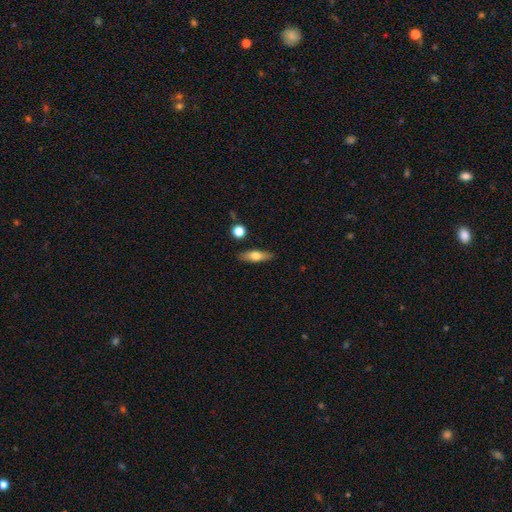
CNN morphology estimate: This is likely a smooth galaxy (62%). How rounded: possibly in between (50%). Merging: clearly none (86%).